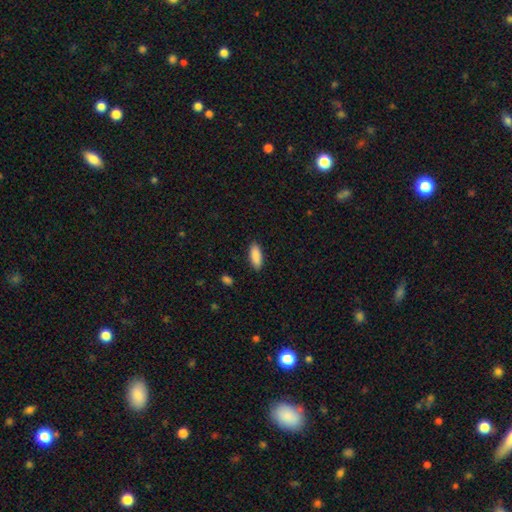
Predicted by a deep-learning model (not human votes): This is clearly a smooth galaxy (90%). How rounded: likely in between (70%). Merging: clearly none (89%).